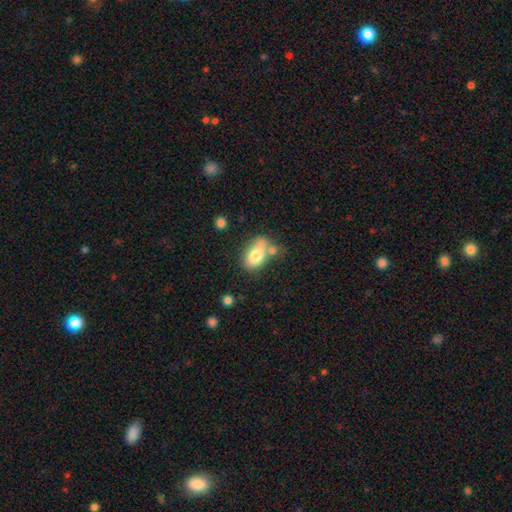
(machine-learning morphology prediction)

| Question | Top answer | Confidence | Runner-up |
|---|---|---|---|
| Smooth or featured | smooth | 77% | featured or disk (15%) |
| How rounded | in between | 89% | round (9%) |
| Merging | none | 43% | merger (27%) |